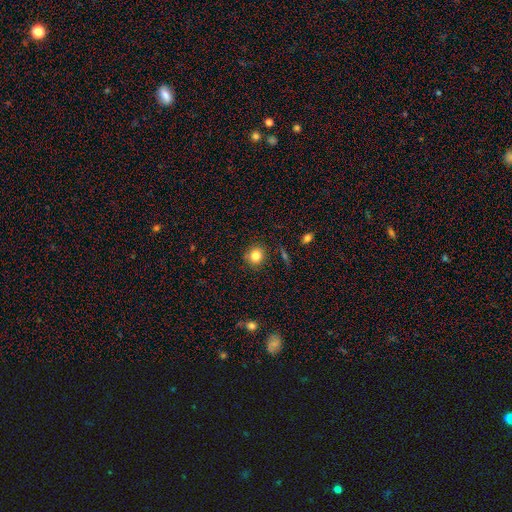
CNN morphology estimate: Smooth or featured? Predicted: smooth (p=0.83). How rounded? Predicted: round (p=0.83). Merging? Predicted: none (p=0.87).